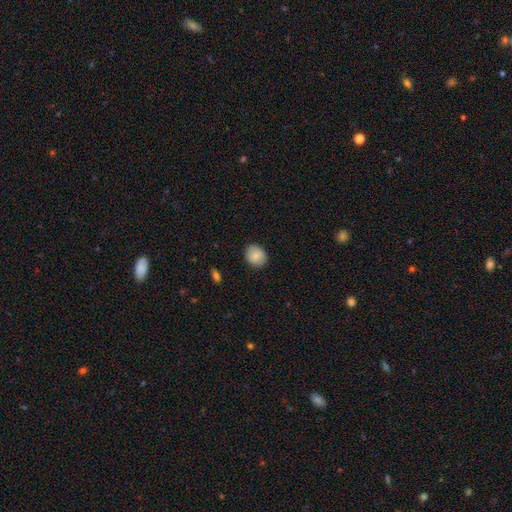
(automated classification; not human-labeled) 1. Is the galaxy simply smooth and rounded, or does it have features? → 87% smooth, 8% star or artifact, 6% featured or disk.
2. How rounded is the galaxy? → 68% round, 31% in between, 1% cigar-shaped.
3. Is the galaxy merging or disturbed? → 87% none, 10% minor disturbance, 2% major disturbance, 1% merger.